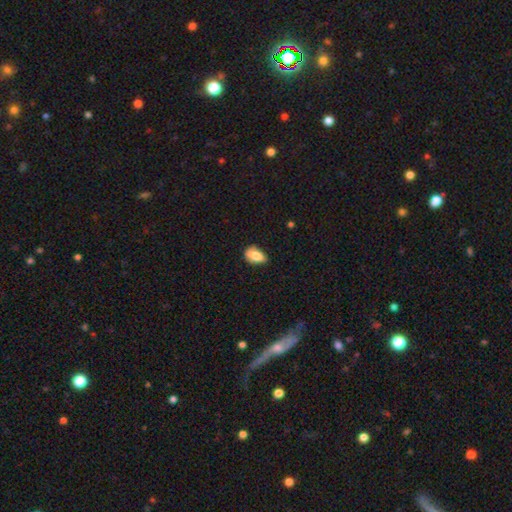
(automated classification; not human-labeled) smooth_or_featured: smooth (p=0.75) [alt: featured or disk p=0.17]
how_rounded: in between (p=0.86) [alt: round p=0.10]
merging: none (p=0.52) [alt: minor disturbance p=0.36]